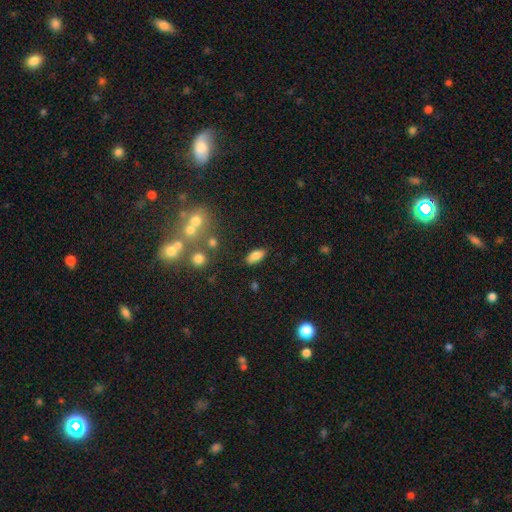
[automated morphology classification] This appears to be a smooth galaxy with no disk features (81%) that is in between round and cigar-shaped (88%). Merging: none (83%).